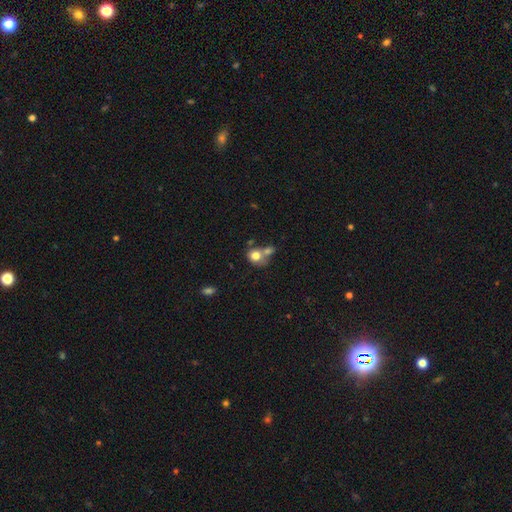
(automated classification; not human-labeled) Q: Smooth or featured?
A: smooth (77%); runner-up: featured or disk (13%)
Q: How rounded?
A: round (67%); runner-up: in between (32%)
Q: Merging?
A: merger (47%); runner-up: none (36%)